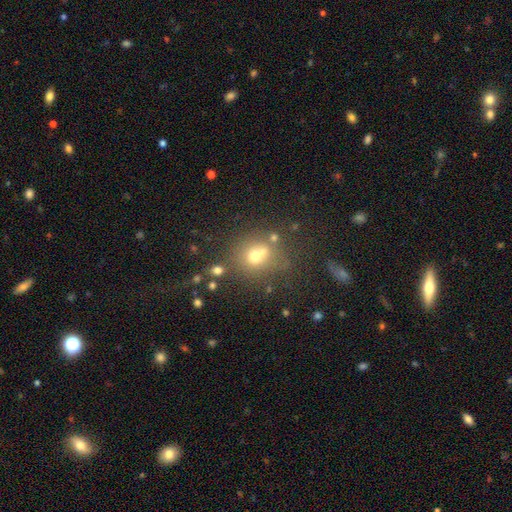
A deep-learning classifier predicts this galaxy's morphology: Smooth or featured?
  - smooth: 59% *
  - star or artifact: 21%
  - featured or disk: 20%
How rounded?
  - round: 79% *
  - in between: 20%
  - cigar-shaped: 1%
Merging?
  - none: 48% *
  - merger: 33%
  - minor disturbance: 12%
  - major disturbance: 7%